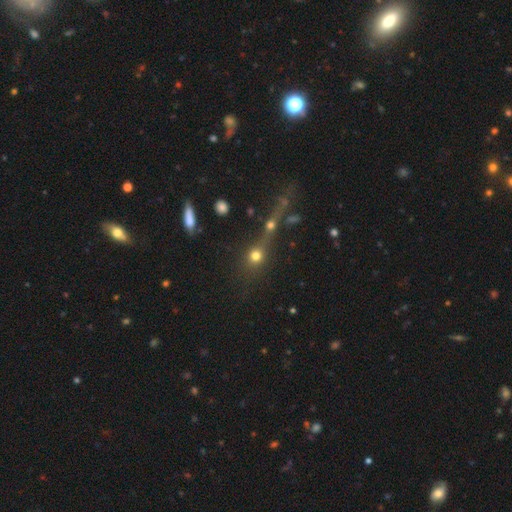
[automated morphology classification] type=smooth (70%); roundness=round (82%); merging=none (52%).